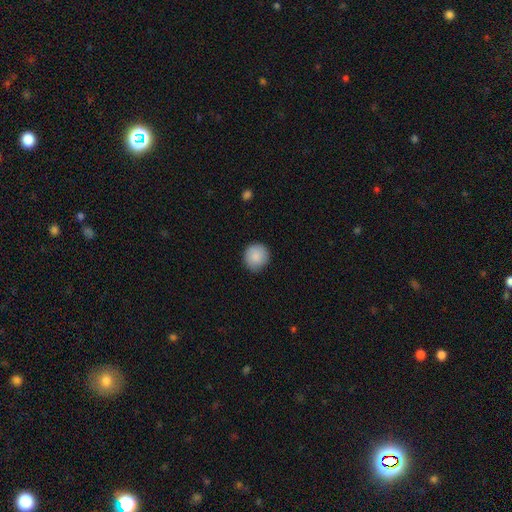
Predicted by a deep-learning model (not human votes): smooth-or-featured: smooth: 88% | star or artifact: 7% | featured or disk: 5%
  how-rounded: round: 93% | in between: 6% | cigar-shaped: 1%
  merging: none: 88% | minor disturbance: 9% | major disturbance: 2% | merger: 1%